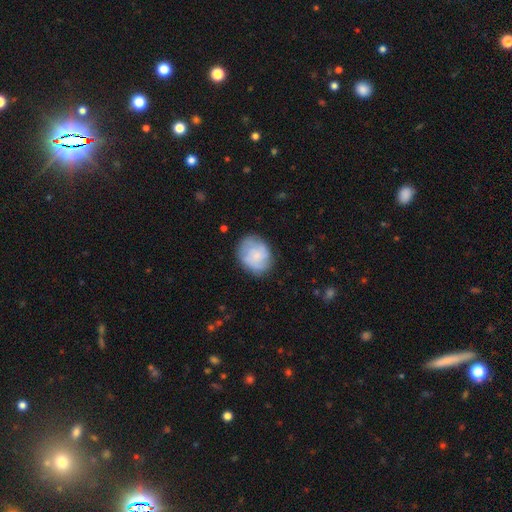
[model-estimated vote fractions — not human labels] A smooth galaxy with no disk features (52%) that is round (55%).

Vote fractions:
- Smooth or featured? smooth: 52% / featured or disk: 41% / star or artifact: 8%
- How rounded? round: 55% / in between: 44% / cigar-shaped: 1%
- Merging? none: 73% / minor disturbance: 19% / major disturbance: 7% / merger: 1%